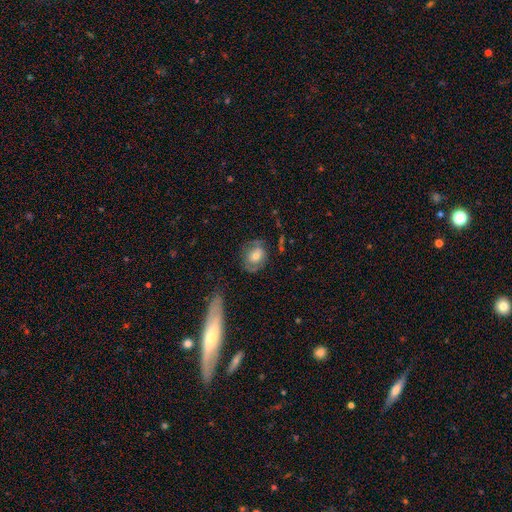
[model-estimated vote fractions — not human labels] Smooth or featured? smooth (49%)
Merging? none (58%)